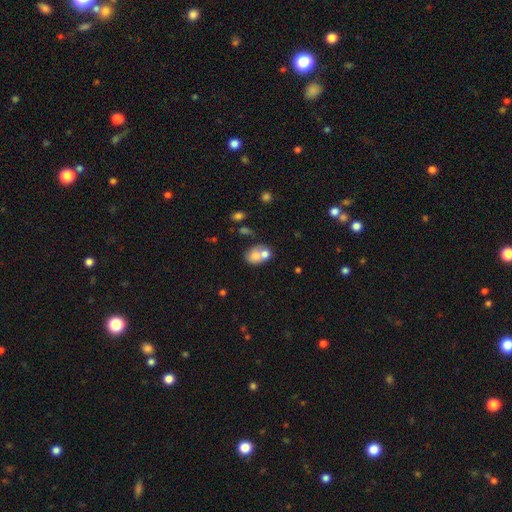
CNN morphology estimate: Smooth or featured? Predicted: smooth (p=0.68). How rounded? Predicted: in between (p=0.55). Merging? Predicted: merger (p=0.62).